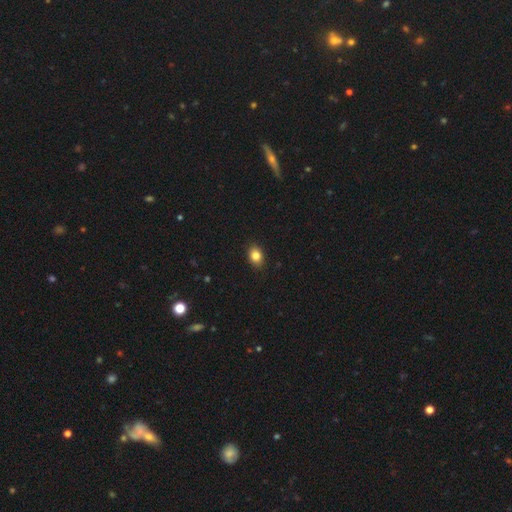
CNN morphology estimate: A smooth galaxy with no disk features (84%) that is in between round and cigar-shaped (66%).

Vote fractions:
- Smooth or featured? smooth: 84% / star or artifact: 10% / featured or disk: 7%
- How rounded? in between: 66% / round: 33% / cigar-shaped: 1%
- Merging? none: 89% / minor disturbance: 8% / major disturbance: 2% / merger: 1%